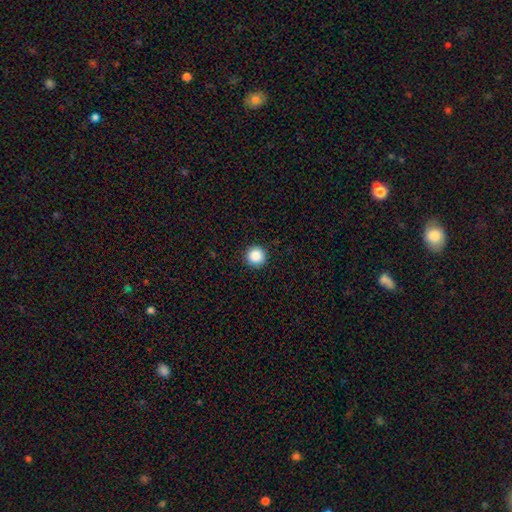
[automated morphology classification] Smooth or featured?
  - smooth: 88% *
  - star or artifact: 9%
  - featured or disk: 3%
How rounded?
  - round: 96% *
  - in between: 3%
  - cigar-shaped: 1%
Merging?
  - none: 93% *
  - minor disturbance: 5%
  - major disturbance: 2%
  - merger: 1%